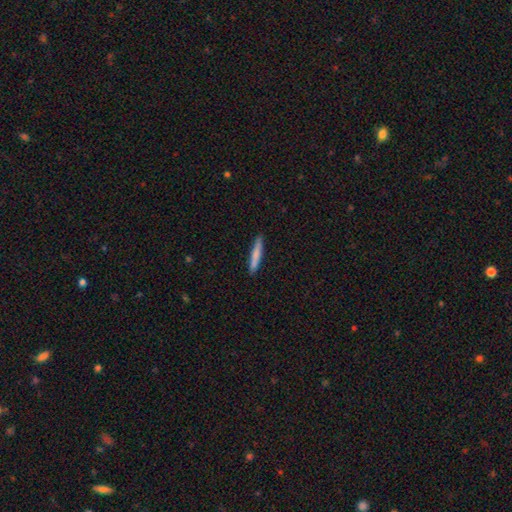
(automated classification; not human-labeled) A smooth galaxy with no disk features (77%) that is cigar-shaped (94%).

Vote fractions:
- Smooth or featured? smooth: 77% / featured or disk: 18% / star or artifact: 6%
- How rounded? cigar-shaped: 94% / in between: 5% / round: 1%
- Merging? none: 90% / minor disturbance: 7% / major disturbance: 1% / merger: 1%